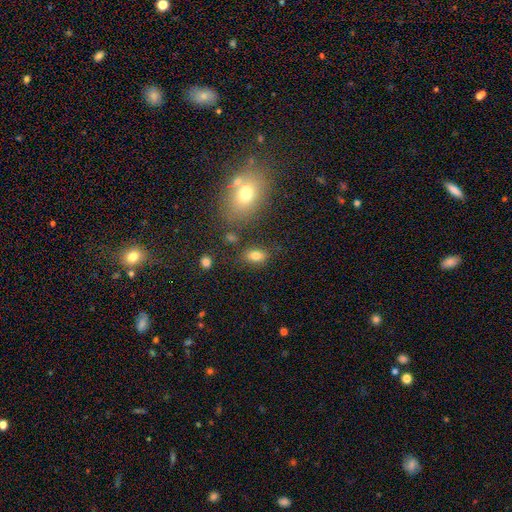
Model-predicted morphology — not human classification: This is likely a smooth galaxy (80%). How rounded: clearly in between (87%). Merging: likely none (76%).